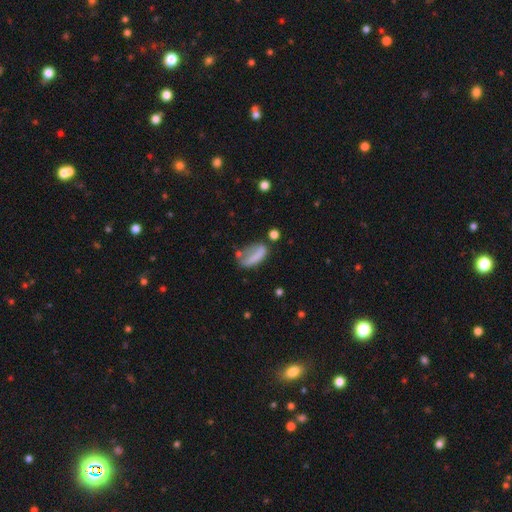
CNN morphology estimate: Q: Smooth or featured?
A: smooth (65%); runner-up: featured or disk (25%)
Q: How rounded?
A: in between (74%); runner-up: cigar-shaped (21%)
Q: Merging?
A: none (33%); runner-up: major disturbance (29%)